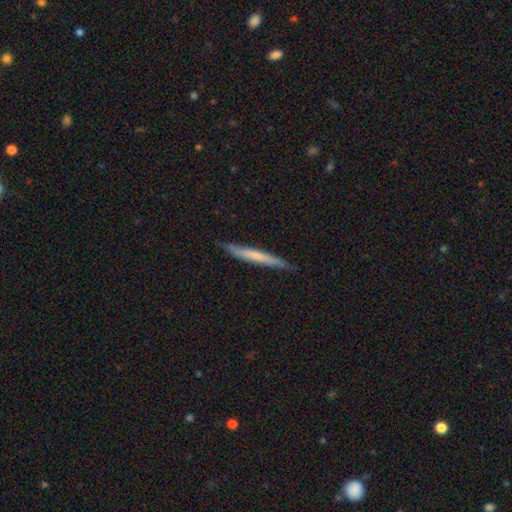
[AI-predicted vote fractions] Morphology: type=smooth (57%); roundness=cigar-shaped (96%); merging=none (86%).